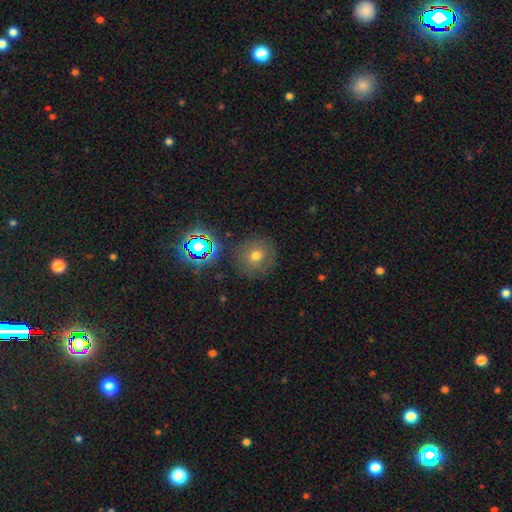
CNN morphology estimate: Overall: smooth (63%). How rounded: round (90%). Merging: none (82%).